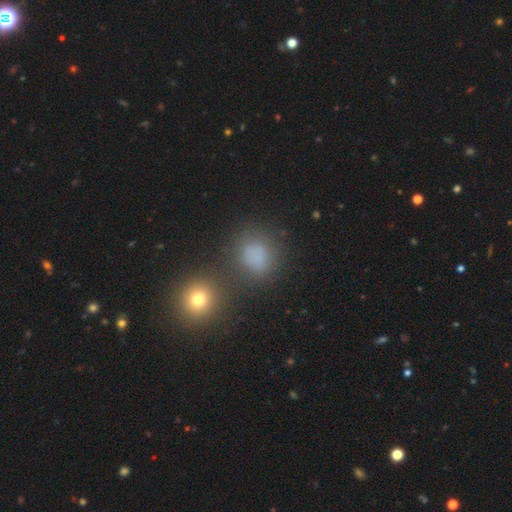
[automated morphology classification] A smooth galaxy with no disk features (73%) that is round (70%).

Vote fractions:
- Smooth or featured? smooth: 73% / star or artifact: 20% / featured or disk: 7%
- How rounded? round: 70% / in between: 28% / cigar-shaped: 2%
- Merging? none: 67% / minor disturbance: 14% / merger: 12% / major disturbance: 7%